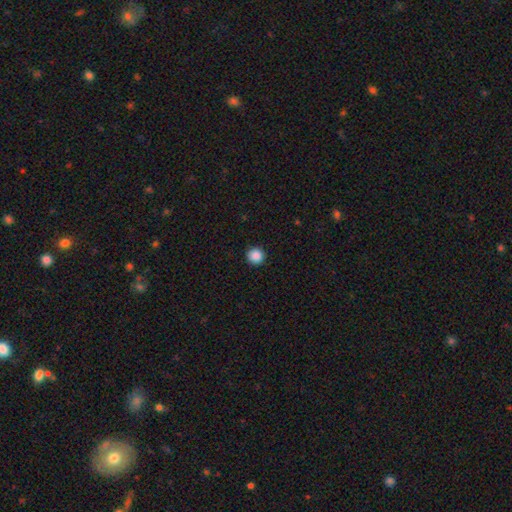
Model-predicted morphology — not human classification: smooth 88%, star or artifact 9%, featured or disk 3%. Down the decision tree: how rounded — round (96%); merging — none (93%).